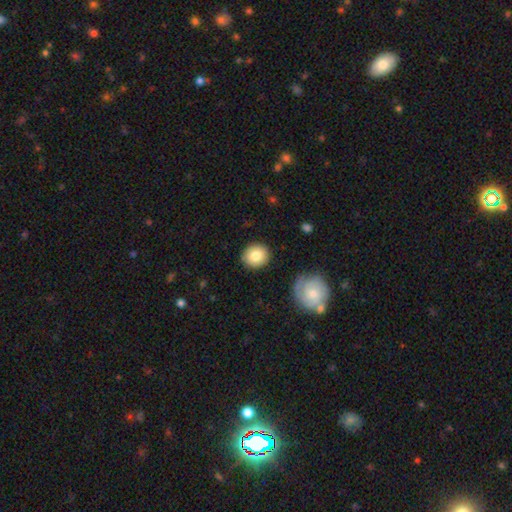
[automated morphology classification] A smooth galaxy with no disk features (83%) that is round (79%). Merging: none (88%).